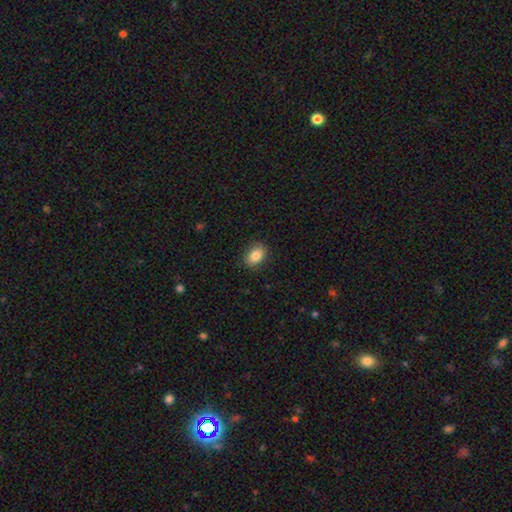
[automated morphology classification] Smooth or featured? Predicted: smooth (p=0.84). How rounded? Predicted: in between (p=0.79). Merging? Predicted: none (p=0.87).